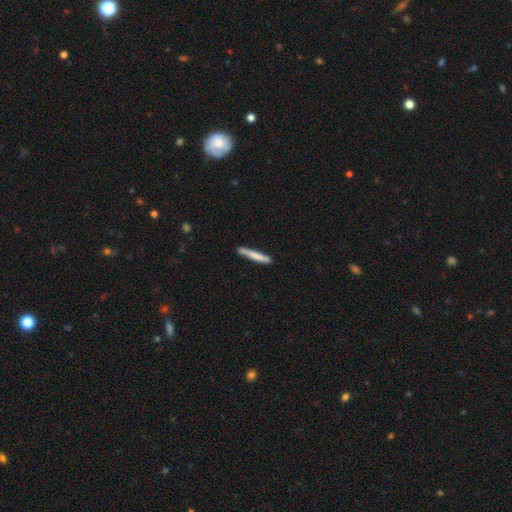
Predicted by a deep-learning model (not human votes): smooth_or_featured: smooth (p=0.73) [alt: featured or disk p=0.21]
how_rounded: cigar-shaped (p=0.95) [alt: in between p=0.03]
merging: none (p=0.82) [alt: minor disturbance p=0.13]